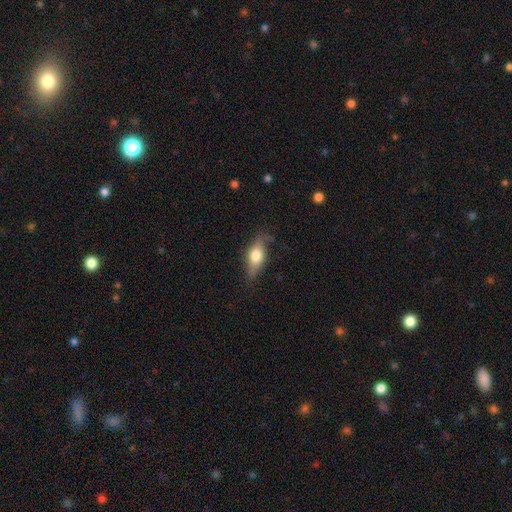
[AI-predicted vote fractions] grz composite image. It shows a smooth galaxy with no disk features (62%) that is in between round and cigar-shaped (77%). Merging: none (64%).